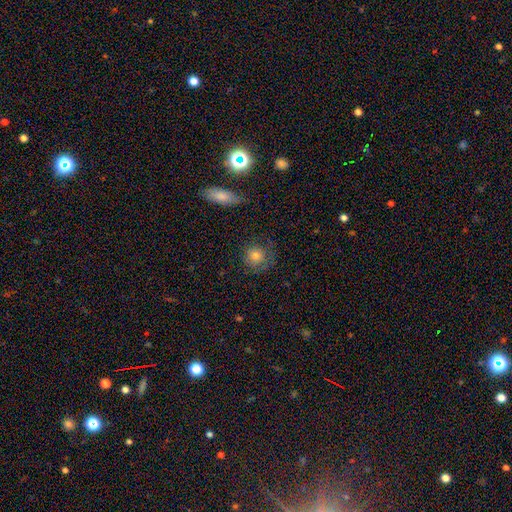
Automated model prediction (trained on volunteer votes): Smooth or featured? smooth (71%)
How rounded? round (89%)
Merging? none (74%)